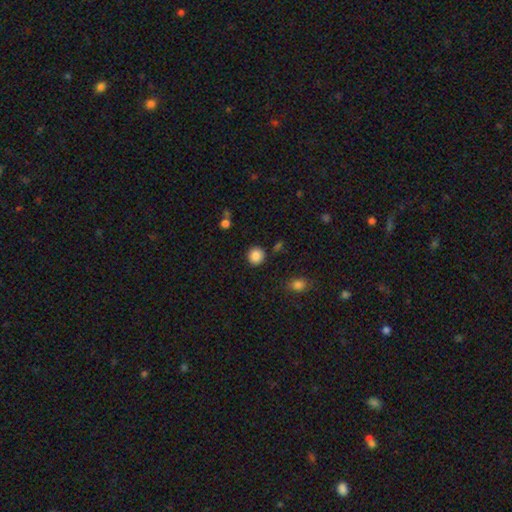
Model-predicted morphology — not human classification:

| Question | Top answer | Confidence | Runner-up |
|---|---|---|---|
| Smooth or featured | smooth | 86% | star or artifact (9%) |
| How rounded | round | 91% | in between (8%) |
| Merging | none | 89% | minor disturbance (6%) |